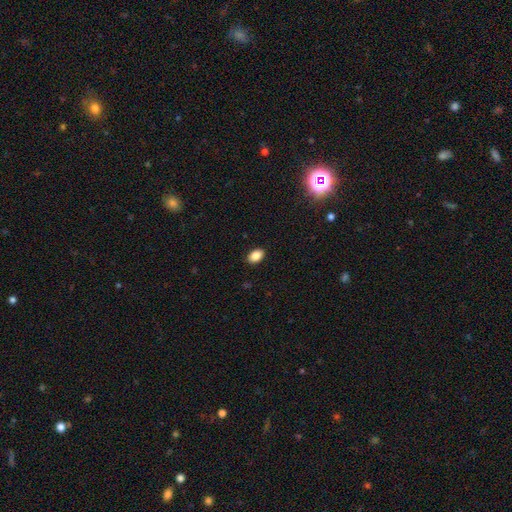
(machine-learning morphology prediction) Smooth or featured? smooth (87%)
How rounded? in between (87%)
Merging? none (90%)